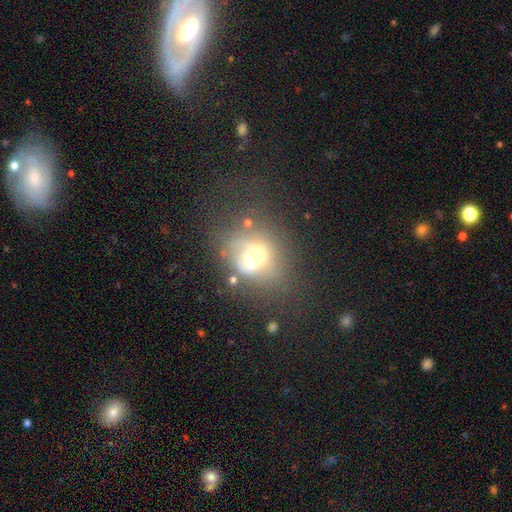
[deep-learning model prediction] The model was most divided on "smooth or featured": smooth: 45%, featured or disk: 38%, star or artifact: 16%. Remaining: merging — merger (40%).